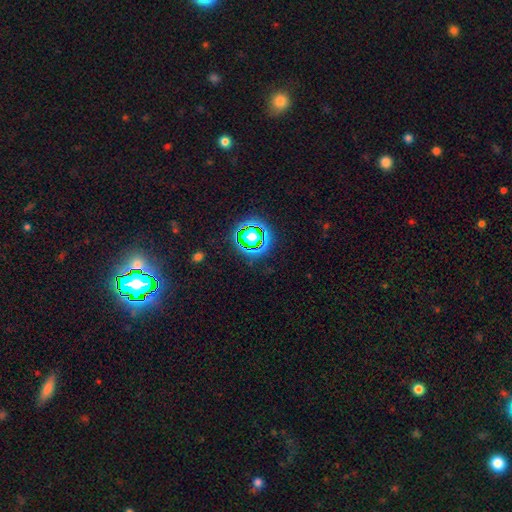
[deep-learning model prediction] smooth_or_featured: star or artifact (p=0.77) [alt: smooth p=0.15]